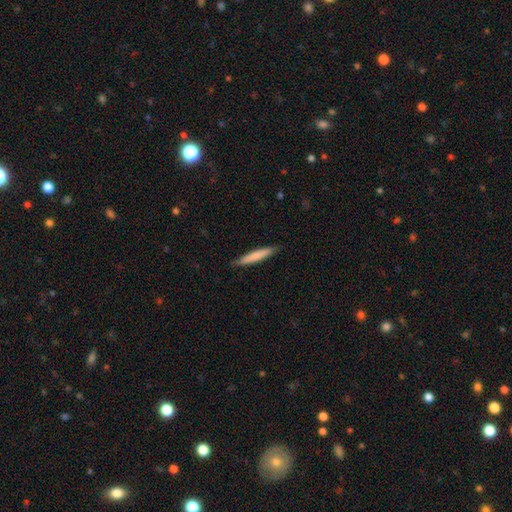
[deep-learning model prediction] smooth_or_featured: smooth (p=0.75) [alt: featured or disk p=0.20]
how_rounded: cigar-shaped (p=0.93) [alt: in between p=0.06]
merging: none (p=0.89) [alt: minor disturbance p=0.09]